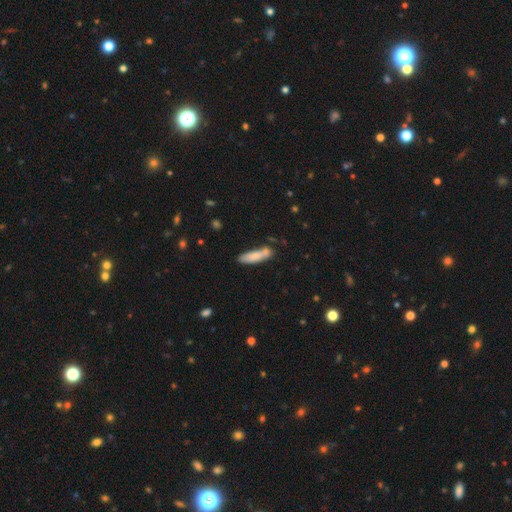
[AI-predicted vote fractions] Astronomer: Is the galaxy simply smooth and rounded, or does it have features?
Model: smooth — 80%.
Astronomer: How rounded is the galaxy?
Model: cigar-shaped — 58% (runner-up: in between, 40%).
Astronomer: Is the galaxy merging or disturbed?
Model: none — 59%.